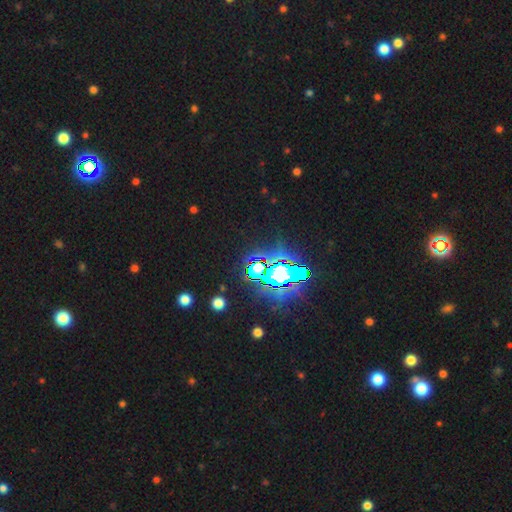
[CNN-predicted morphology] Q: Smooth or featured?
A: star or artifact (84%); runner-up: smooth (9%)